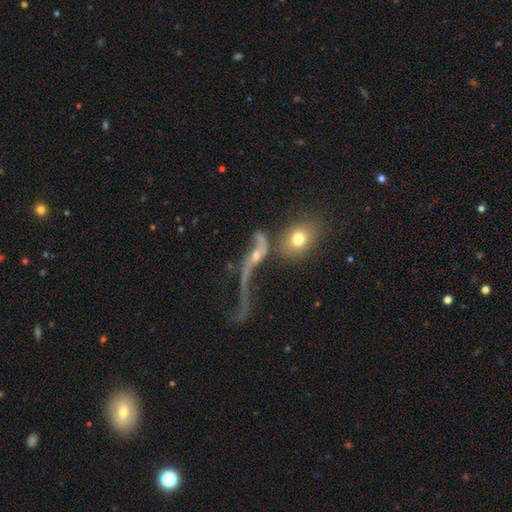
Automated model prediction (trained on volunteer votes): Morphology: type=featured or disk (68%); edge-on=no (81%); bar=no (66%); spiral arms=yes (68%); bulge=small (57%); merging=major disturbance (37%).